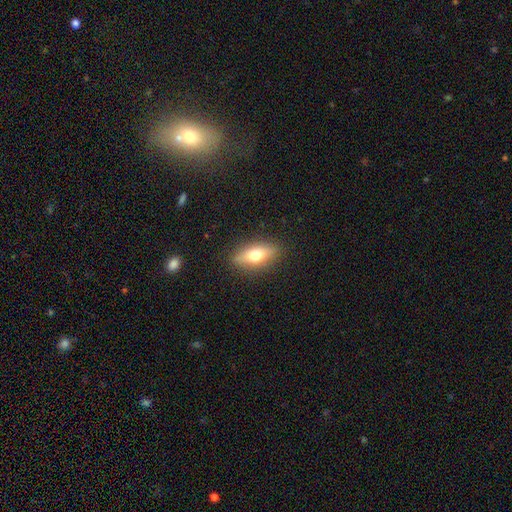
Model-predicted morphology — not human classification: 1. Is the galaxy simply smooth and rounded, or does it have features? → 63% smooth, 29% featured or disk, 8% star or artifact.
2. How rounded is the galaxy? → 70% in between, 24% cigar-shaped, 6% round.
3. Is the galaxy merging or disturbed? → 87% none, 9% minor disturbance, 3% major disturbance, 1% merger.